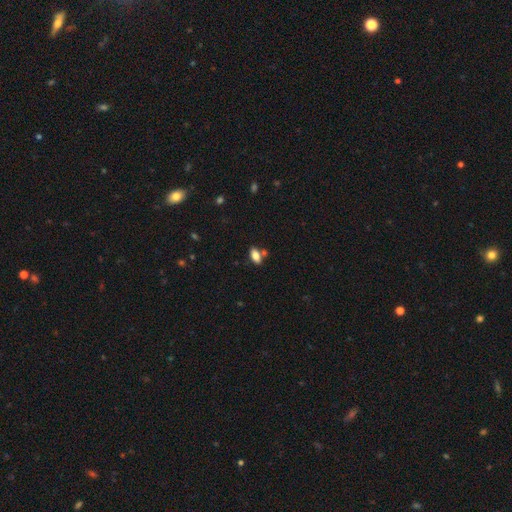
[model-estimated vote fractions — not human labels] Smooth or featured?
  - smooth: 80% *
  - featured or disk: 12%
  - star or artifact: 9%
How rounded?
  - in between: 90% *
  - cigar-shaped: 6%
  - round: 4%
Merging?
  - none: 70% *
  - merger: 14%
  - minor disturbance: 12%
  - major disturbance: 3%